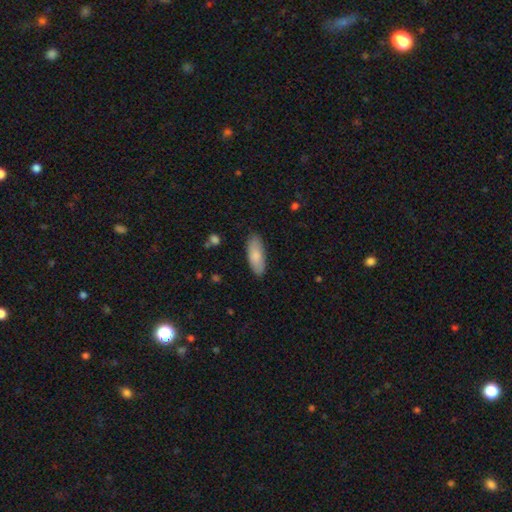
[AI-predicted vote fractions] Smooth or featured: smooth — 82% (featured or disk — 12%)
How rounded: in between — 72% (cigar-shaped — 26%)
Merging: none — 86% (minor disturbance — 11%)